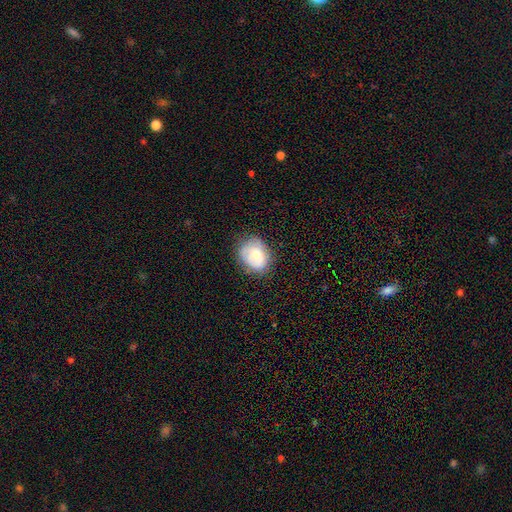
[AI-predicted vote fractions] This is likely a smooth galaxy (67%). How rounded: possibly in between (54%). Merging: likely none (71%).